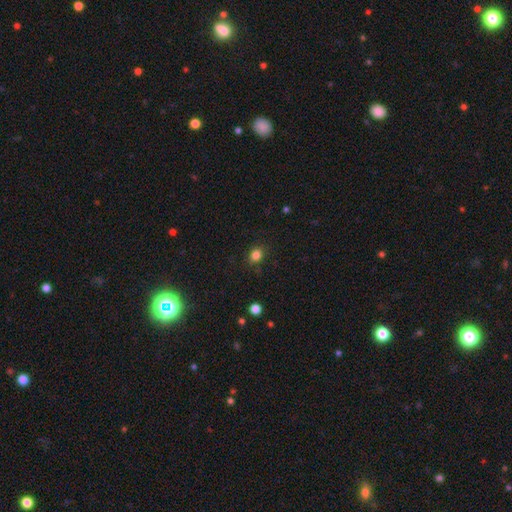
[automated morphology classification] smooth-or-featured: smooth: 83% | star or artifact: 13% | featured or disk: 4%
  how-rounded: round: 70% | in between: 29% | cigar-shaped: 1%
  merging: none: 86% | minor disturbance: 10% | major disturbance: 3% | merger: 1%